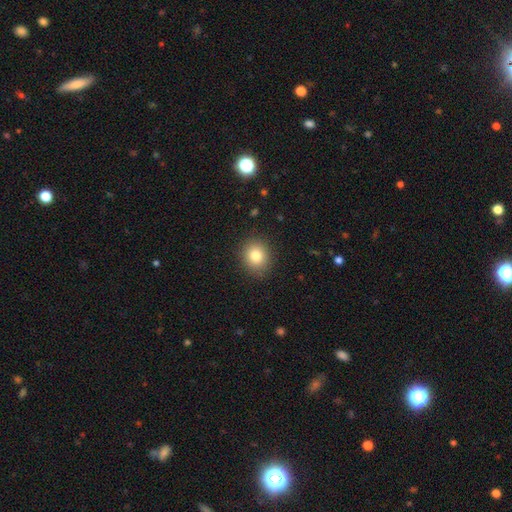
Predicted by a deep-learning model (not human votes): smooth_or_featured: smooth (p=0.81) [alt: star or artifact p=0.11]
how_rounded: round (p=0.74) [alt: in between p=0.25]
merging: none (p=0.89) [alt: minor disturbance p=0.08]